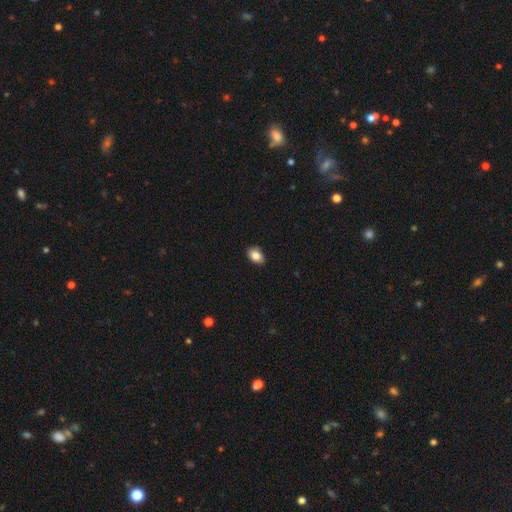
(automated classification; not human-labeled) This appears to be a smooth galaxy with no disk features (84%) that is in between round and cigar-shaped (82%). Merging: none (87%).